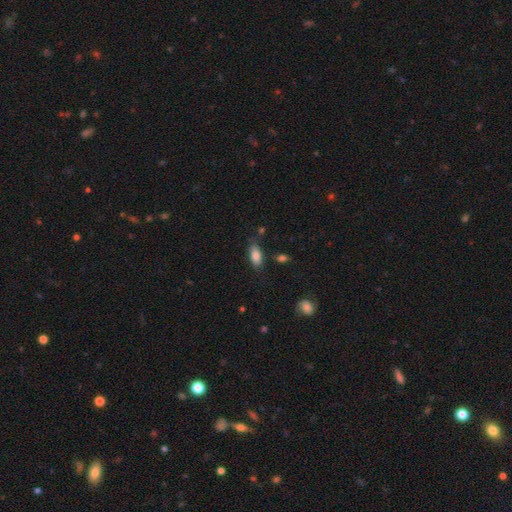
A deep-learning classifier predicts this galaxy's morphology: This is clearly a smooth galaxy (83%). How rounded: clearly in between (86%). Merging: likely none (73%).